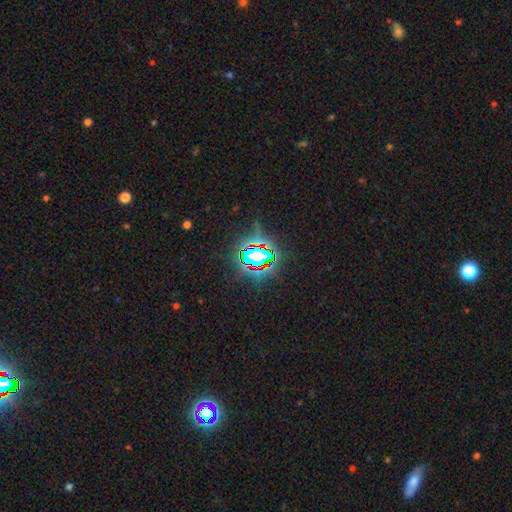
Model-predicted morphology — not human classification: type=star or artifact (73%).